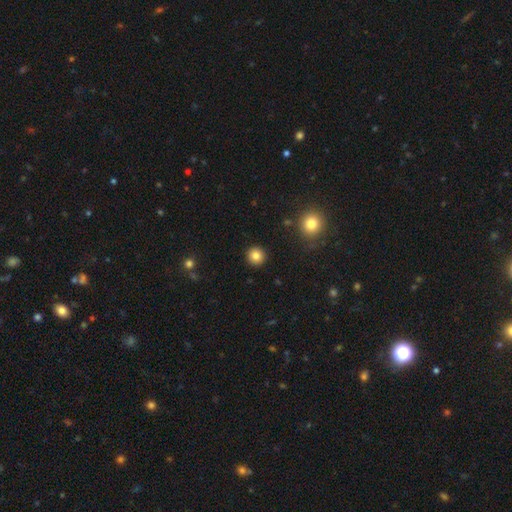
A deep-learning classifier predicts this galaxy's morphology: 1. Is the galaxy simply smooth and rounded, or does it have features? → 83% smooth, 11% star or artifact, 6% featured or disk.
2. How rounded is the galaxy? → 95% round, 4% in between, 1% cigar-shaped.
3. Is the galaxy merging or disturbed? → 92% none, 5% minor disturbance, 2% major disturbance, 1% merger.